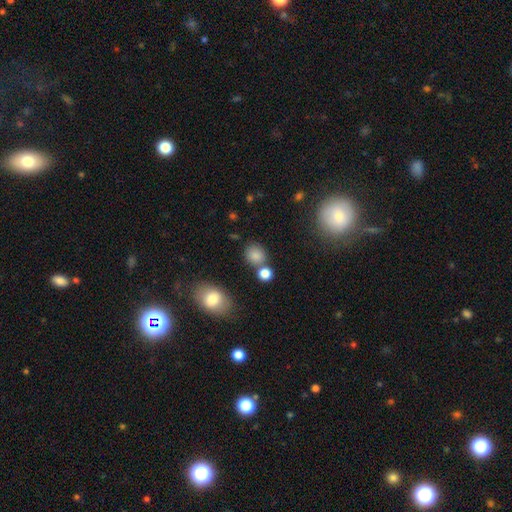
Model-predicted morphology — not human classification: This appears to be a smooth galaxy with no disk features (82%) that is round (70%). Merging: none (69%).